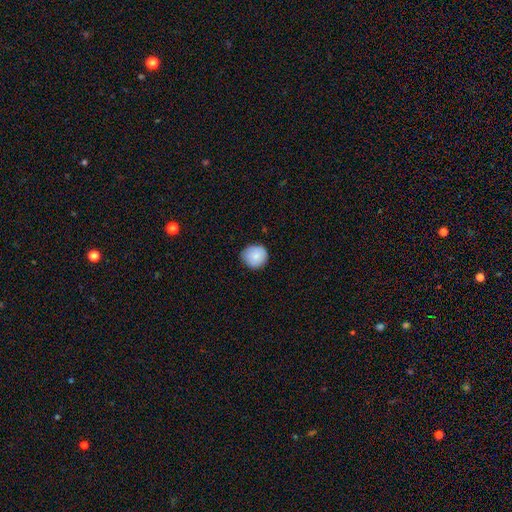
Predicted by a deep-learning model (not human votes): The model was most divided on "merging": none: 80%, minor disturbance: 16%, major disturbance: 2%, merger: 1%. More confident: how rounded — round (90%); smooth or featured — smooth (82%).